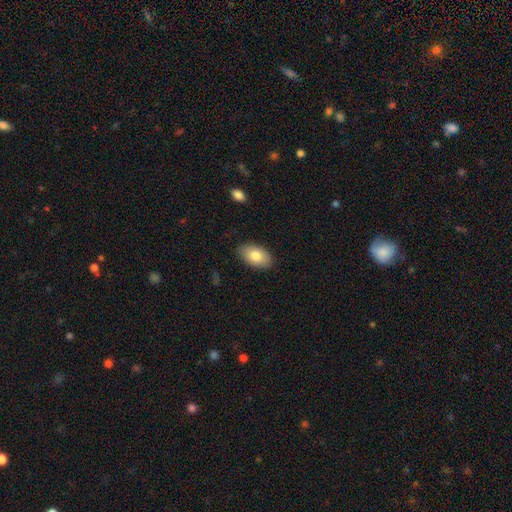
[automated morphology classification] Overall: smooth (81%). How rounded: in between (93%). Merging: none (86%).